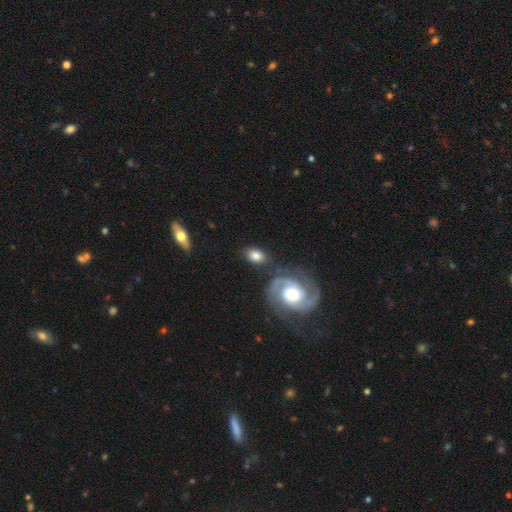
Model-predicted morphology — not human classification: The model was most divided on "smooth or featured": smooth: 67%, featured or disk: 25%, star or artifact: 7%. More confident: how rounded — in between (72%); merging — none (69%).